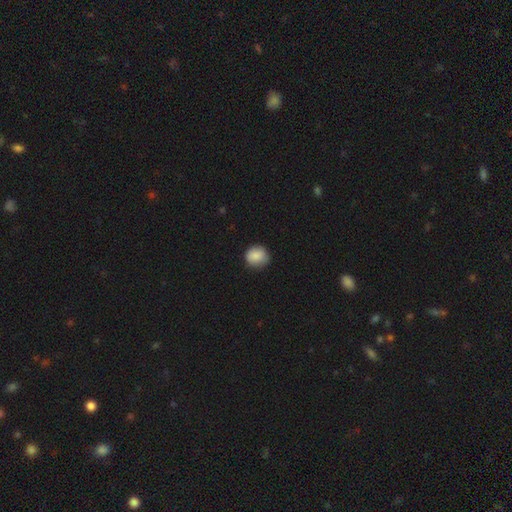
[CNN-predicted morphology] Overall: smooth (86%). How rounded: round (85%). Merging: none (80%).